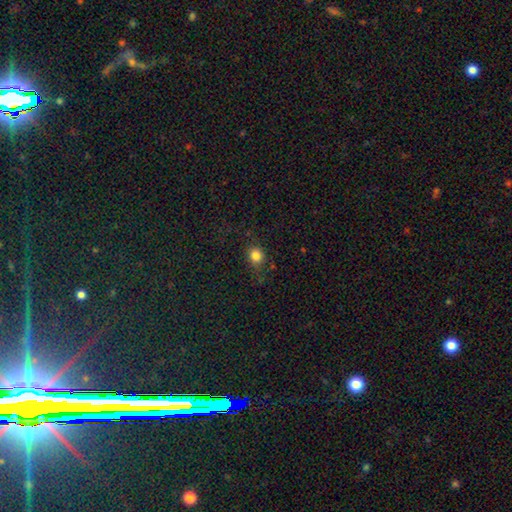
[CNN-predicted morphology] The model was most divided on "how rounded": round: 73%, in between: 26%, cigar-shaped: 1%. More confident: smooth or featured — smooth (82%); merging — none (78%).